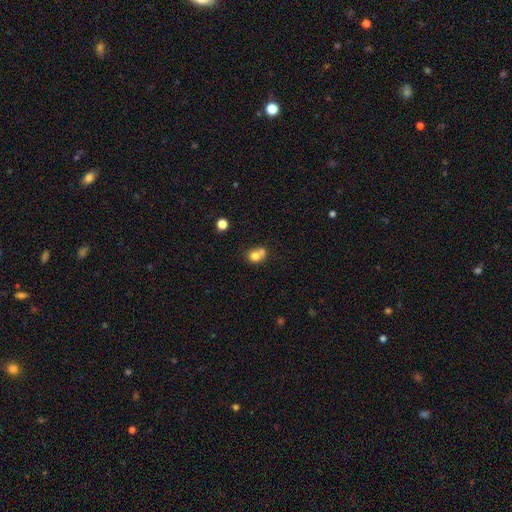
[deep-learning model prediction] A smooth galaxy with no disk features (75%) that is round (69%).

Vote fractions:
- Smooth or featured? smooth: 75% / featured or disk: 14% / star or artifact: 11%
- How rounded? round: 69% / in between: 30% / cigar-shaped: 1%
- Merging? merger: 51% / none: 34% / minor disturbance: 10% / major disturbance: 5%